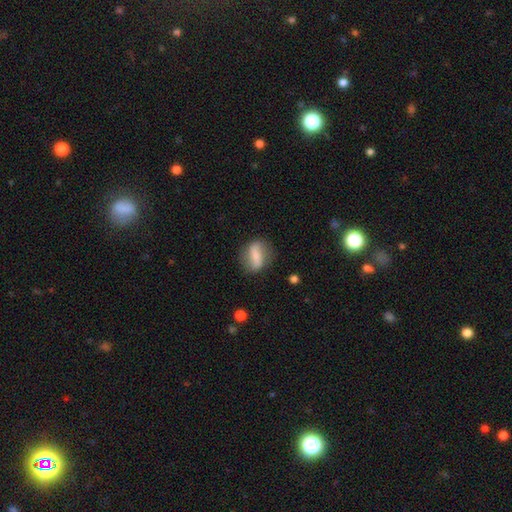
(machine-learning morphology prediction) type=smooth (47%); merging=none (77%).